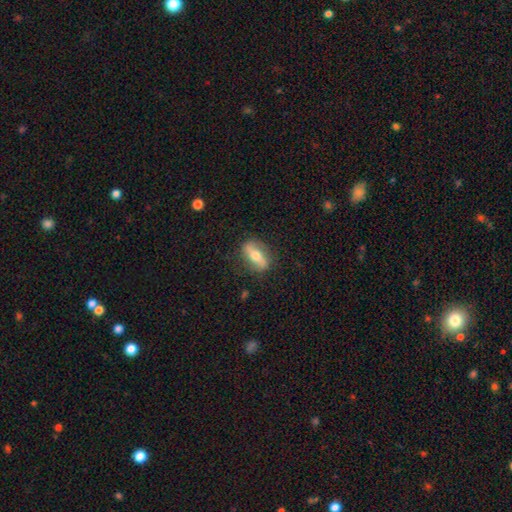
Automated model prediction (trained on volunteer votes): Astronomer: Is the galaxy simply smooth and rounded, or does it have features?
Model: featured or disk — 55% (runner-up: smooth, 38%).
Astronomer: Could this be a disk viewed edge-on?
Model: no — 63%.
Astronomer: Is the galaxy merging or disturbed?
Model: none — 80%.